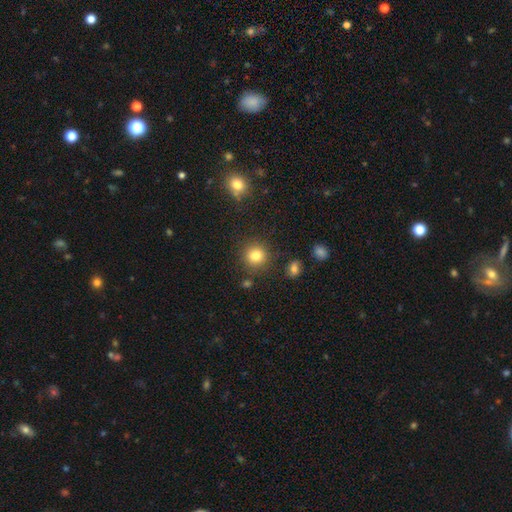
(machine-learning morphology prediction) This appears to be a smooth galaxy with no disk features (82%) that is round (92%). Merging: none (87%).